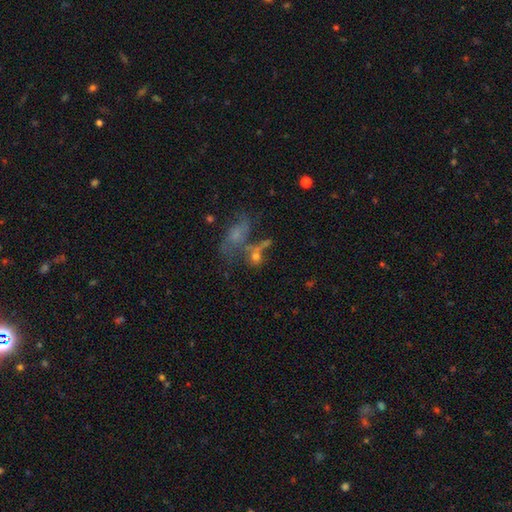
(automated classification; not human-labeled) This appears to be a smooth galaxy with no disk features (48%). Merging: none (35%).